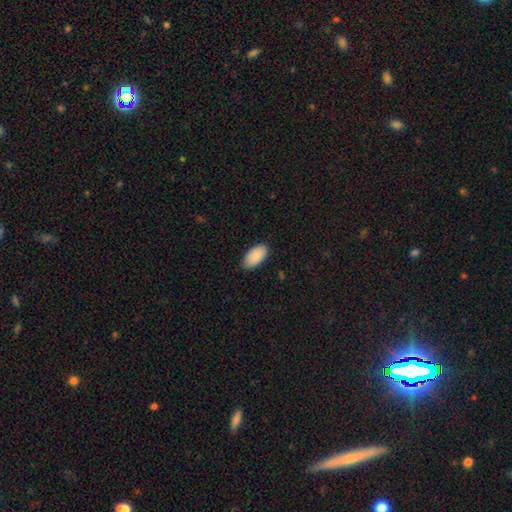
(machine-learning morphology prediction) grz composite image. It shows a smooth galaxy with no disk features (90%) that is in between round and cigar-shaped (95%). Merging: none (81%).